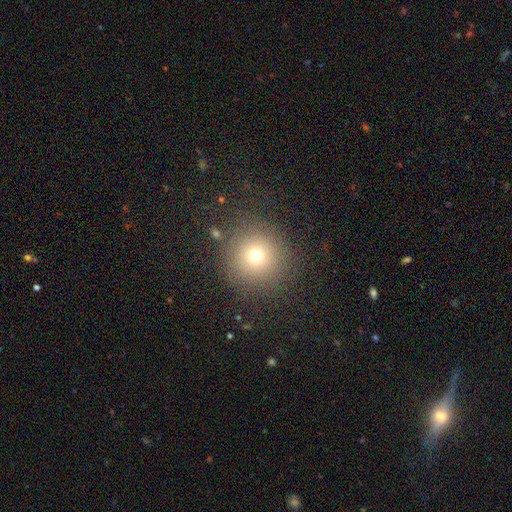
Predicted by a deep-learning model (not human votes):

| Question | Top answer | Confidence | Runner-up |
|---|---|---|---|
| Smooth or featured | smooth | 71% | star or artifact (17%) |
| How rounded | round | 94% | in between (5%) |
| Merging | none | 85% | minor disturbance (9%) |